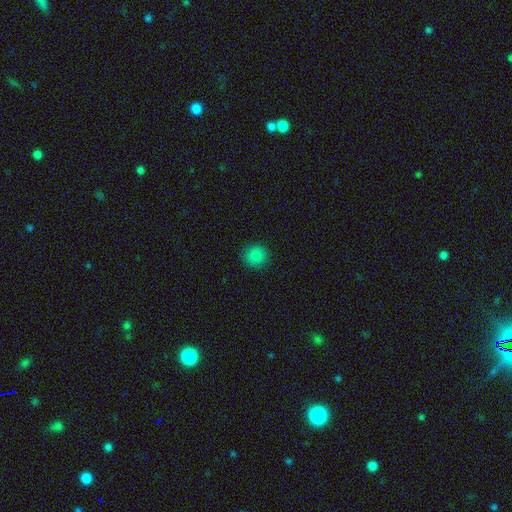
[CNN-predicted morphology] smooth 85%, star or artifact 11%, featured or disk 4%. Down the decision tree: how rounded — round (93%); merging — none (91%).